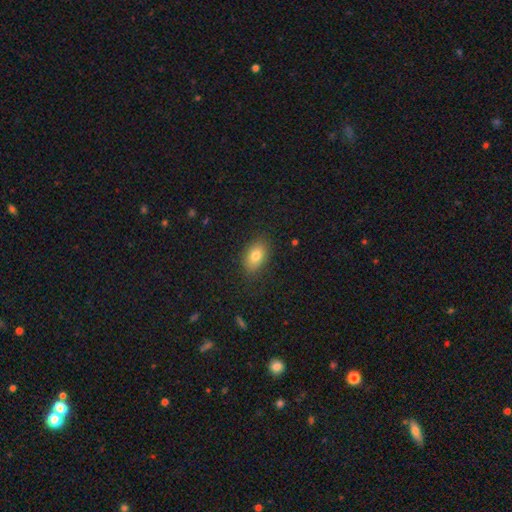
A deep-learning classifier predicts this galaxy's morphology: The model was most divided on "smooth or featured": smooth: 80%, featured or disk: 11%, star or artifact: 9%. More confident: how rounded — in between (87%); merging — none (85%).